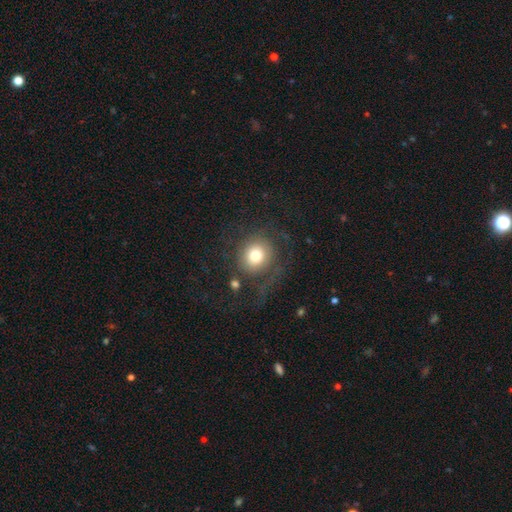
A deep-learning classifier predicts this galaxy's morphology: The model was most divided on "smooth or featured": smooth: 66%, featured or disk: 23%, star or artifact: 11%. More confident: how rounded — round (85%); merging — none (64%).